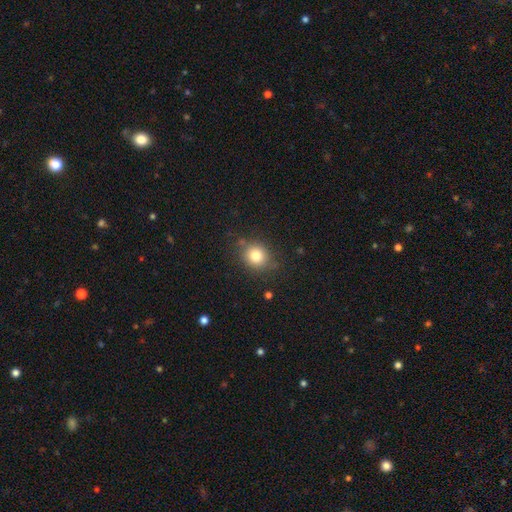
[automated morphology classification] type=smooth (78%); roundness=round (78%); merging=none (80%).